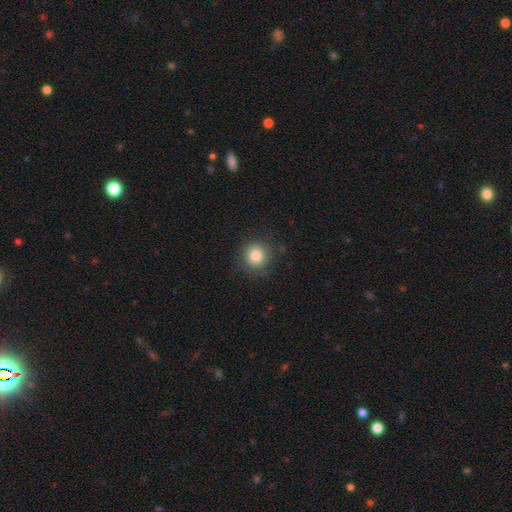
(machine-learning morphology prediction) type=smooth (82%); roundness=round (92%); merging=none (81%).